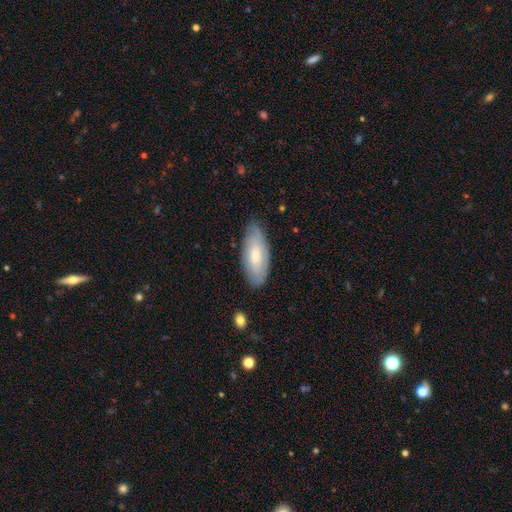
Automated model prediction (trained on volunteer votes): A smooth galaxy with no disk features (56%) that is in between round and cigar-shaped (83%).

Vote fractions:
- Smooth or featured? smooth: 56% / featured or disk: 38% / star or artifact: 6%
- How rounded? in between: 83% / cigar-shaped: 15% / round: 2%
- Merging? none: 79% / minor disturbance: 16% / major disturbance: 3% / merger: 1%